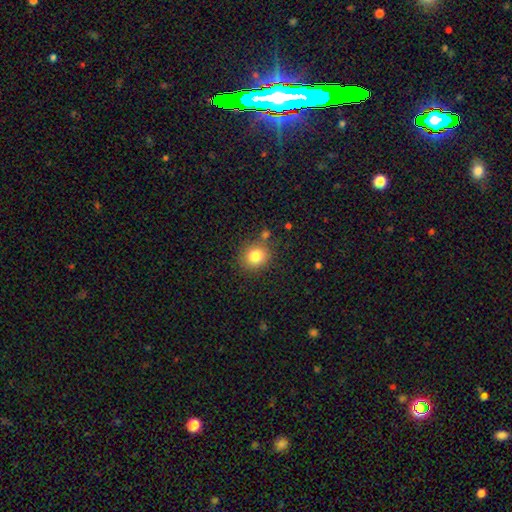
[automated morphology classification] The model was most divided on "how rounded": round: 80%, in between: 19%, cigar-shaped: 1%. More confident: smooth or featured — smooth (82%); merging — none (79%).